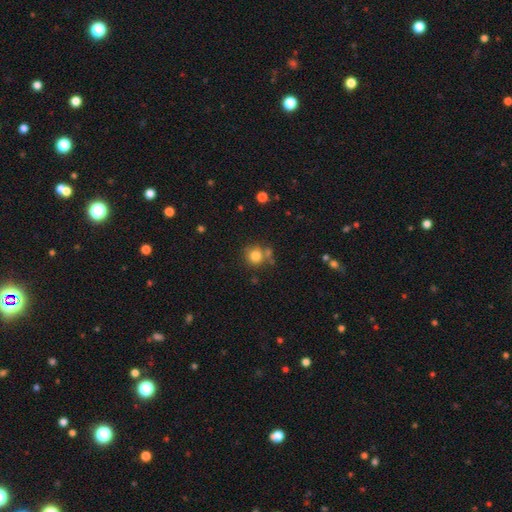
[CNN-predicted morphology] This appears to be a smooth galaxy with no disk features (81%) that is round (90%). Merging: none (66%).